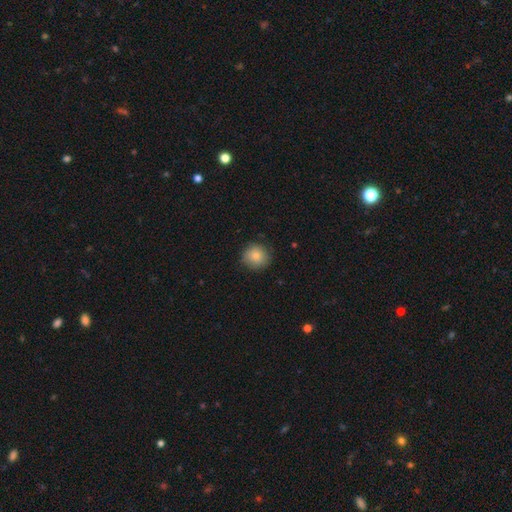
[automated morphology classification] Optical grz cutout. It shows a smooth galaxy with no disk features (85%) that is round (90%). Merging: none (86%).